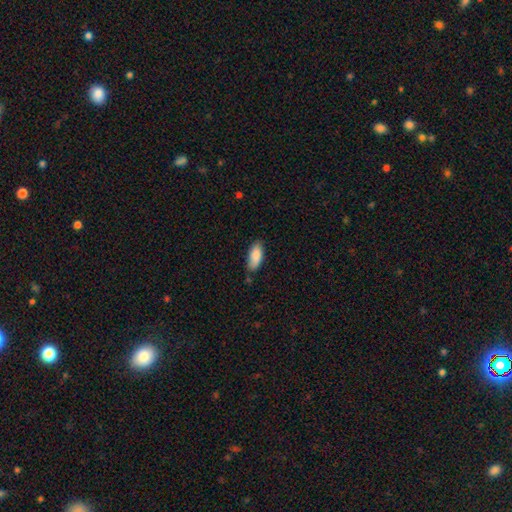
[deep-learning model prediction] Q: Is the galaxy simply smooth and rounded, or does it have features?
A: smooth — 87%.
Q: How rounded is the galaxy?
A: in between — 86%.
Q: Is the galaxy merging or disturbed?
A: none — 74%.